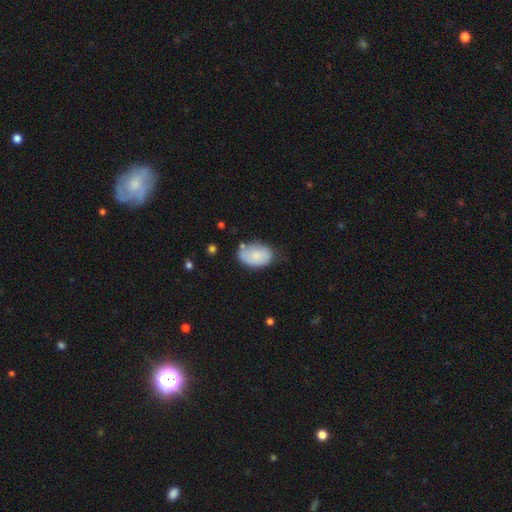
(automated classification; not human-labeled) This appears to be a smooth galaxy with no disk features (79%) that is in between round and cigar-shaped (90%). Merging: none (63%).